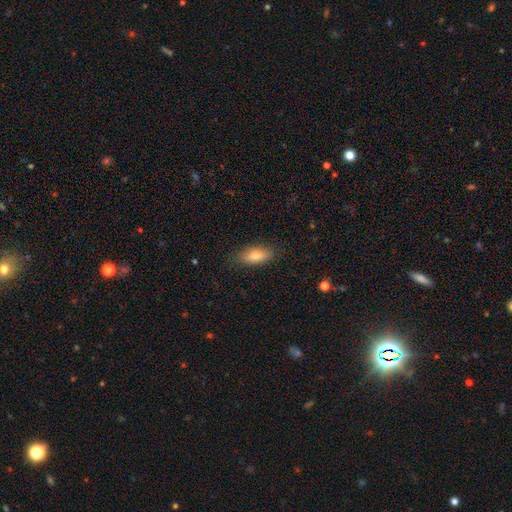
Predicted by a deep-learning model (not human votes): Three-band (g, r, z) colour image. It shows a smooth galaxy with no disk features (77%) that is in between round and cigar-shaped (78%). Merging: none (86%).